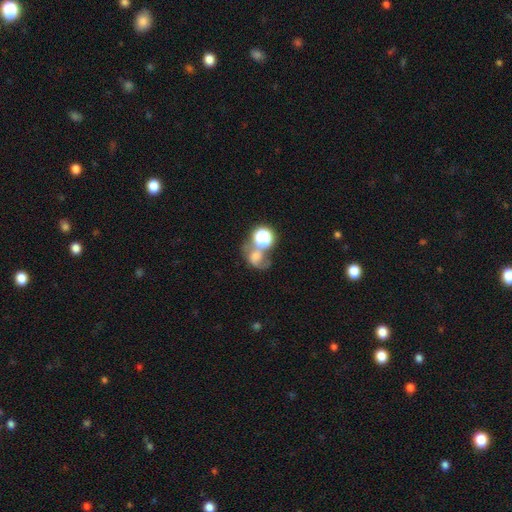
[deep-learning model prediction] Smooth or featured?
  - smooth: 40% *
  - featured or disk: 36%
  - star or artifact: 23%
Merging?
  - merger: 36% *
  - none: 34%
  - major disturbance: 16%
  - minor disturbance: 14%